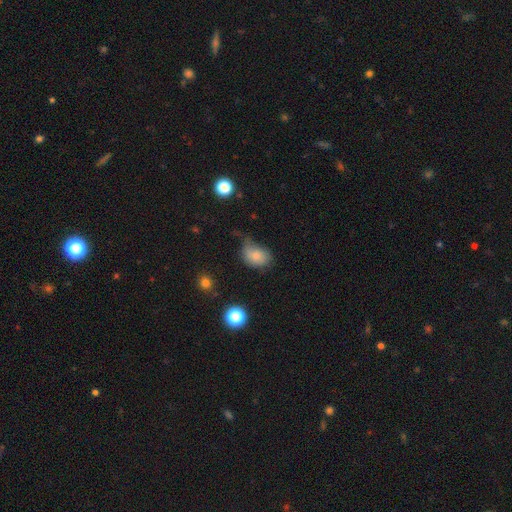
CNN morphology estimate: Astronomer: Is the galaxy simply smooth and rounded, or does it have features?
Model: smooth — 79%.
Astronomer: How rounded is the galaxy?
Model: in between — 72%.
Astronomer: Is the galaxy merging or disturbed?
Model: minor disturbance — 40% (runner-up: none, 36%).